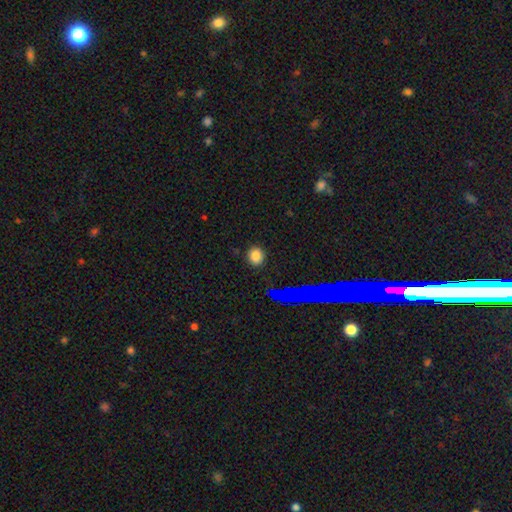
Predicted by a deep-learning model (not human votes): A smooth galaxy with no disk features (80%) that is round (73%).

Vote fractions:
- Smooth or featured? smooth: 80% / star or artifact: 14% / featured or disk: 5%
- How rounded? round: 73% / in between: 26% / cigar-shaped: 1%
- Merging? none: 88% / minor disturbance: 8% / major disturbance: 2% / merger: 1%